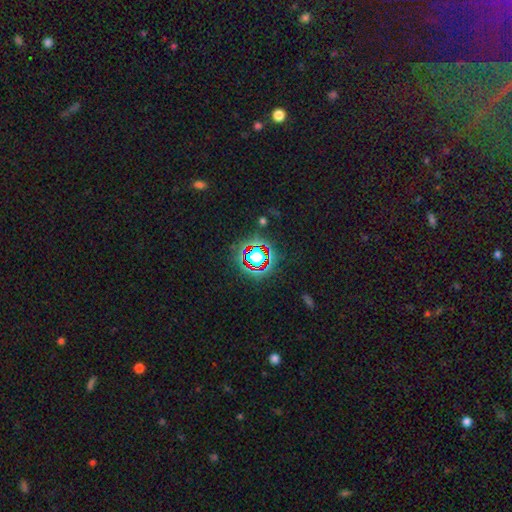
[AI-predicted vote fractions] Overall: star or artifact (68%).